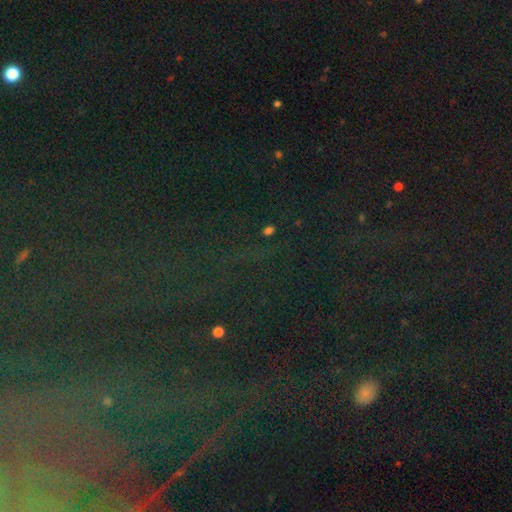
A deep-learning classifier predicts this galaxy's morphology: Smooth or featured? Predicted: star or artifact (p=0.81).